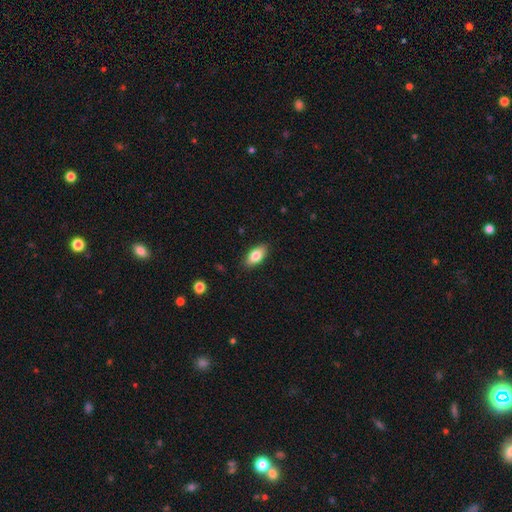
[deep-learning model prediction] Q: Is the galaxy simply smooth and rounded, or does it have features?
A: smooth — 80%.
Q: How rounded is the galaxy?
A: in between — 90%.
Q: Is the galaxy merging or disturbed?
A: none — 87%.